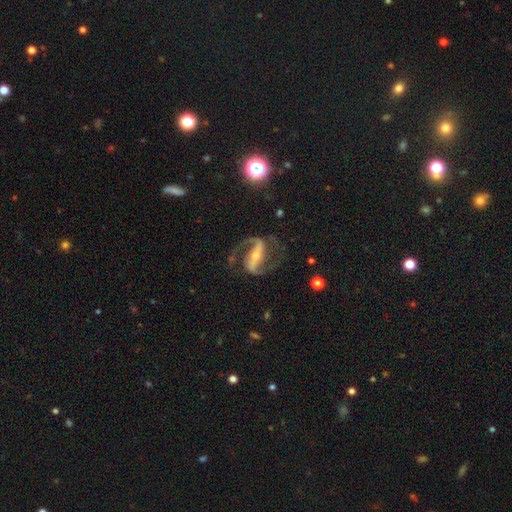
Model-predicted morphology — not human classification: Smooth or featured? Predicted: featured or disk (p=0.92). Edge-on disk? Predicted: no (p=0.96). Bar? Predicted: strong (p=0.73). Spiral arms? Predicted: yes (p=0.97). Spiral winding? Predicted: medium (p=0.56). Spiral arm count? Predicted: 2 (p=0.93). Bulge size? Predicted: small (p=0.61). Merging? Predicted: none (p=0.75).